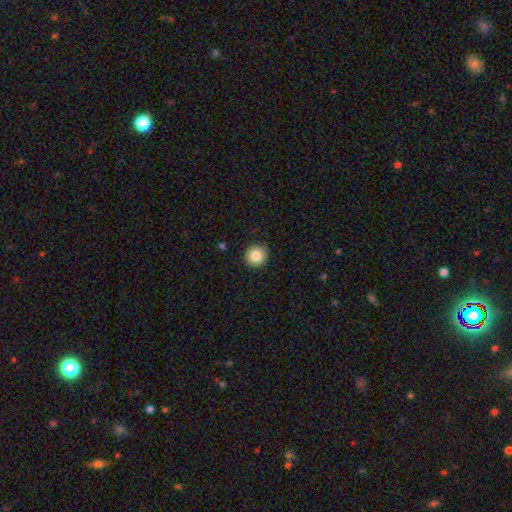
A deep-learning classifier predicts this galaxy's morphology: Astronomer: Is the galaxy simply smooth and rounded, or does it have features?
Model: smooth — 84%.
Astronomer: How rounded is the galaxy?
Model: round — 93%.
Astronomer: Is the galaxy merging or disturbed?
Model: none — 91%.